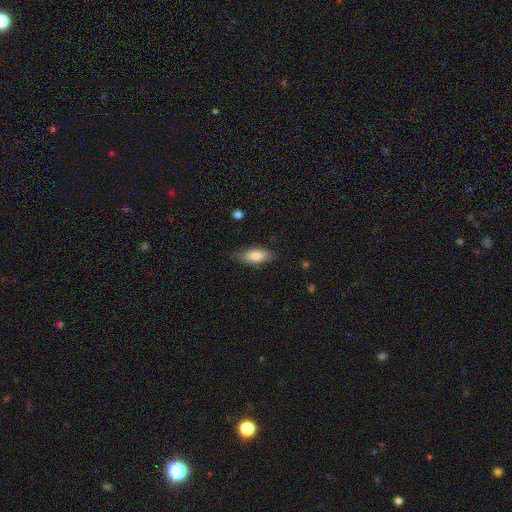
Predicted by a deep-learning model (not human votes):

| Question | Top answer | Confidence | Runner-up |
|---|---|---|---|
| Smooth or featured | smooth | 82% | featured or disk (12%) |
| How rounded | in between | 80% | cigar-shaped (17%) |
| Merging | none | 78% | minor disturbance (17%) |